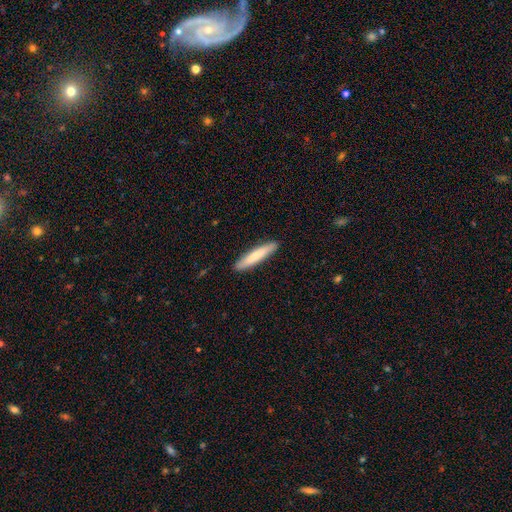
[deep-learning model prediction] Morphology: type=smooth (76%); roundness=cigar-shaped (92%); merging=none (91%).